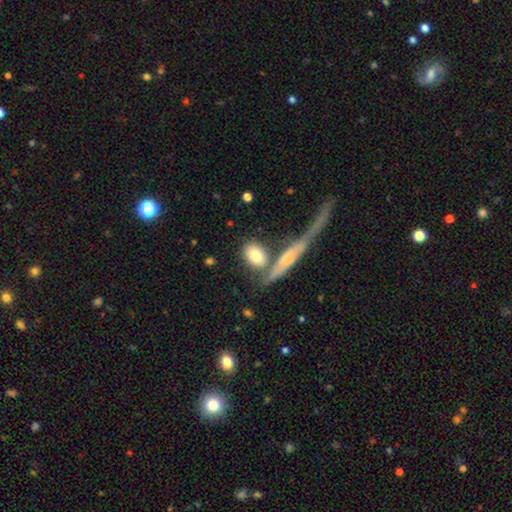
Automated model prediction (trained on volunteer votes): smooth_or_featured: smooth (p=0.79) [alt: featured or disk p=0.15]
how_rounded: in between (p=0.67) [alt: round p=0.21]
merging: none (p=0.60) [alt: merger p=0.22]